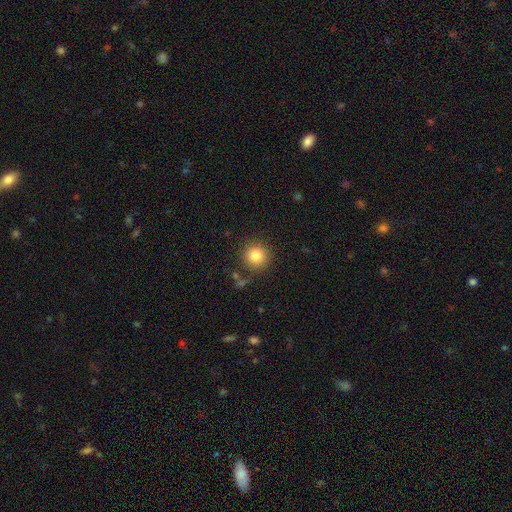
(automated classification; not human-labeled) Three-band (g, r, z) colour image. It shows a smooth galaxy with no disk features (82%) that is round (94%). Merging: none (84%).